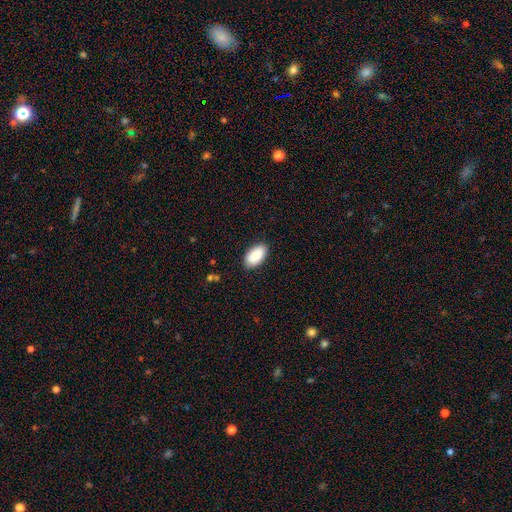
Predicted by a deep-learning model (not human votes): Morphology: type=smooth (86%); roundness=in between (94%); merging=none (87%).